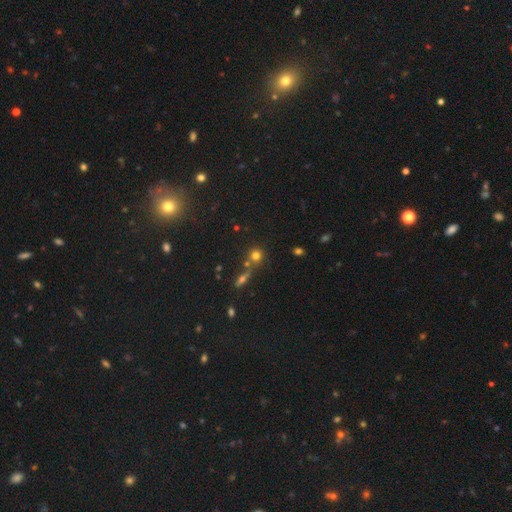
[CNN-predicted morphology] Smooth or featured?
  - smooth: 70% *
  - star or artifact: 18%
  - featured or disk: 12%
How rounded?
  - round: 88% *
  - in between: 9%
  - cigar-shaped: 2%
Merging?
  - none: 63% *
  - merger: 24%
  - minor disturbance: 9%
  - major disturbance: 4%